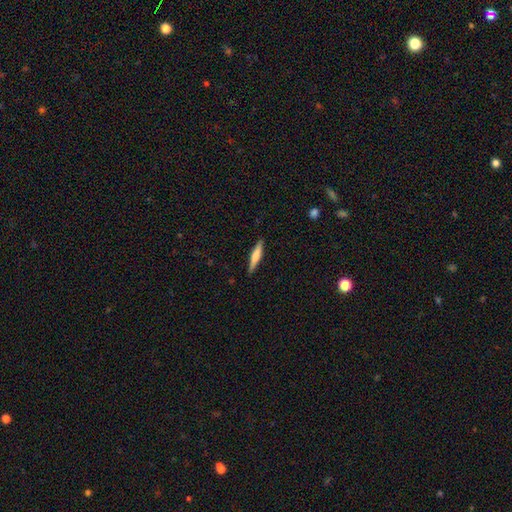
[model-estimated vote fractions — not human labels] The model was most divided on "smooth or featured": smooth: 59%, featured or disk: 35%, star or artifact: 6%. More confident: merging — none (89%); how rounded — cigar-shaped (88%).